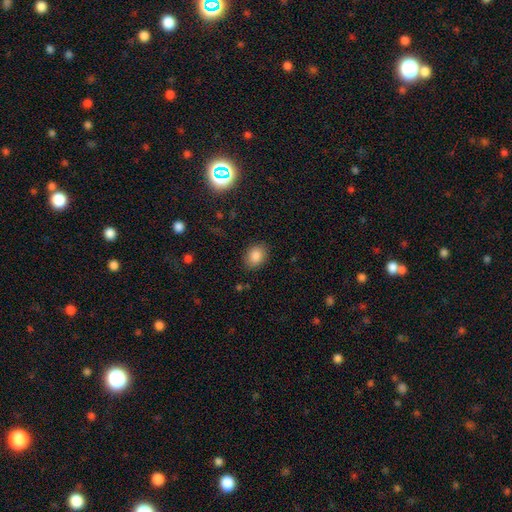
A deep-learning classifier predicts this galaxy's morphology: The model was most divided on "how rounded": in between: 67%, round: 32%, cigar-shaped: 1%. More confident: smooth or featured — smooth (85%); merging — none (85%).